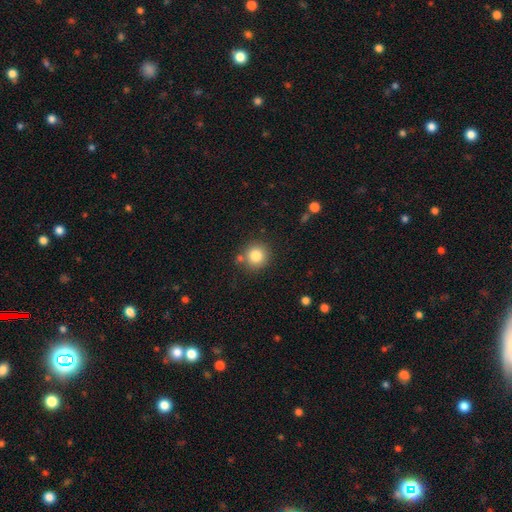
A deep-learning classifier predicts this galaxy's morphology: Smooth or featured? smooth (82%)
How rounded? round (92%)
Merging? none (80%)